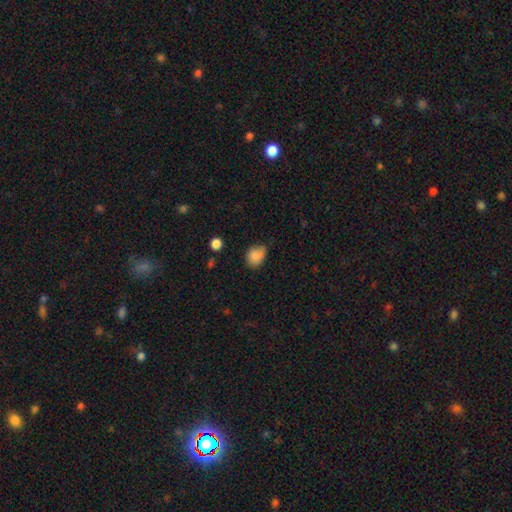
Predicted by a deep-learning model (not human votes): smooth-or-featured: smooth: 85% | star or artifact: 9% | featured or disk: 6%
  how-rounded: in between: 62% | round: 37% | cigar-shaped: 1%
  merging: none: 57% | minor disturbance: 35% | major disturbance: 6% | merger: 2%